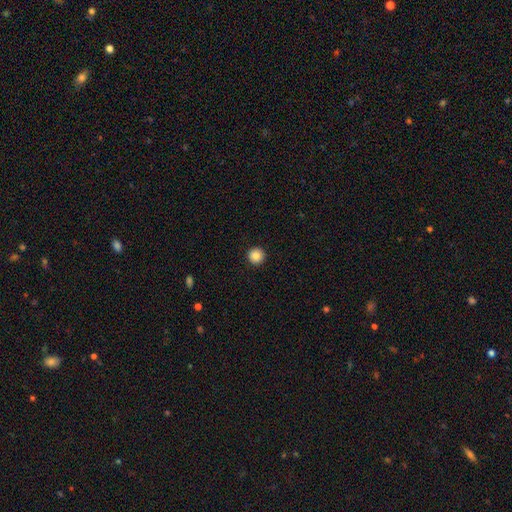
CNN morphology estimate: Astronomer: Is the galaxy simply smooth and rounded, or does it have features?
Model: smooth — 87%.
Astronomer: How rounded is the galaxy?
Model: round — 96%.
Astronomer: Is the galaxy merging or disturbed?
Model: none — 93%.